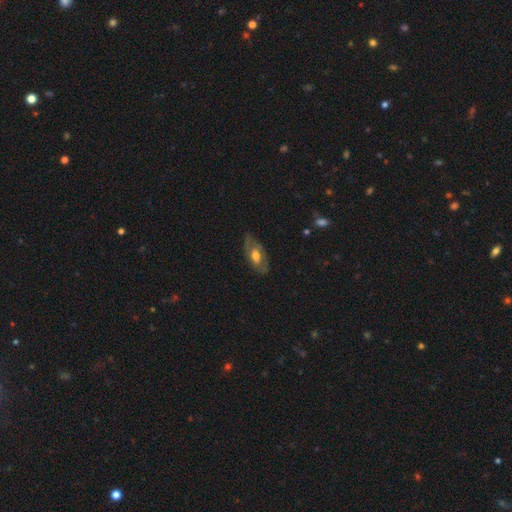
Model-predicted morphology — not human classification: This is possibly a featured or disk galaxy (54%). It is clearly not viewed edge-on (83%). Merging: likely none (67%).